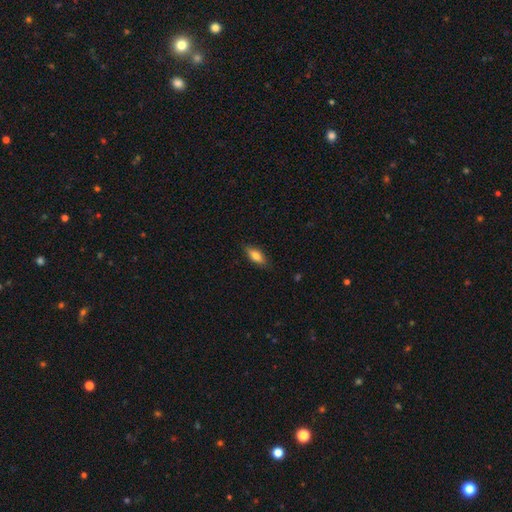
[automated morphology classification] Smooth or featured? Predicted: smooth (p=0.72). How rounded? Predicted: in between (p=0.70). Merging? Predicted: none (p=0.84).